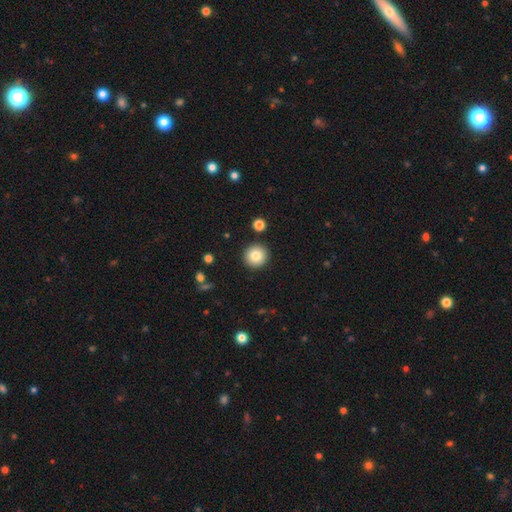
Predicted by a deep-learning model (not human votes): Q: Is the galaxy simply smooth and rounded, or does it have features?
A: smooth — 82%.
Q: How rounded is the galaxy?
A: round — 95%.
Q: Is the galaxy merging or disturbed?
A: none — 91%.